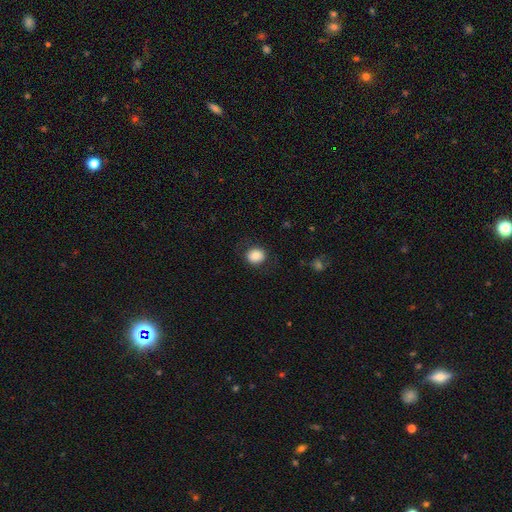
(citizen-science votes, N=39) Morphology: type=smooth (90%); roundness=round (71%); merging=none (89%).